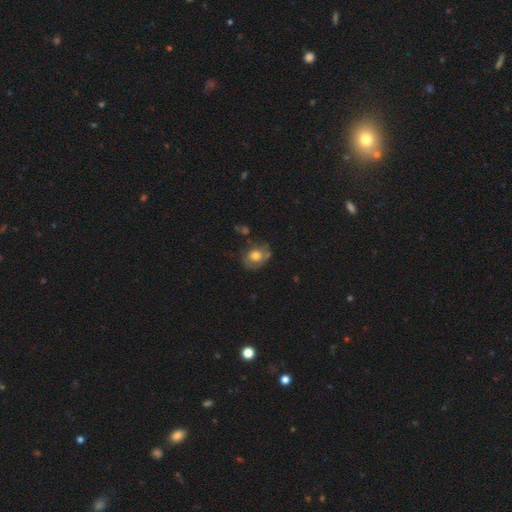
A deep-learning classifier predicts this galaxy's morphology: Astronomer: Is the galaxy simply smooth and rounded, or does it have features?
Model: smooth — 62%.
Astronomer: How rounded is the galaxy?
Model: in between — 50% (runner-up: round, 49%).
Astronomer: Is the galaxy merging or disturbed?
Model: none — 56%.